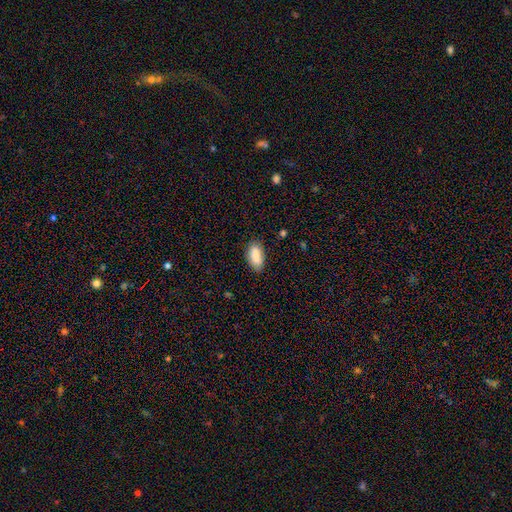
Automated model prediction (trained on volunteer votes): Smooth or featured: smooth — 85% (featured or disk — 8%)
How rounded: in between — 92% (cigar-shaped — 5%)
Merging: none — 77% (minor disturbance — 18%)